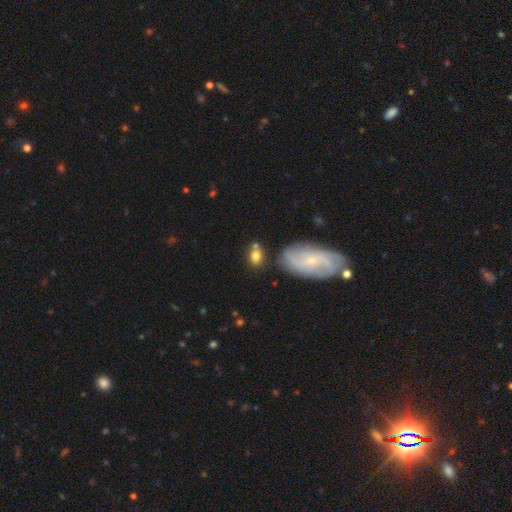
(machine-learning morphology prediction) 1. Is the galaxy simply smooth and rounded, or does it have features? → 73% smooth, 18% featured or disk, 10% star or artifact.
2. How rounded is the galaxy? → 66% in between, 31% round, 3% cigar-shaped.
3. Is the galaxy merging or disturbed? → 59% none, 18% minor disturbance, 17% merger, 6% major disturbance.